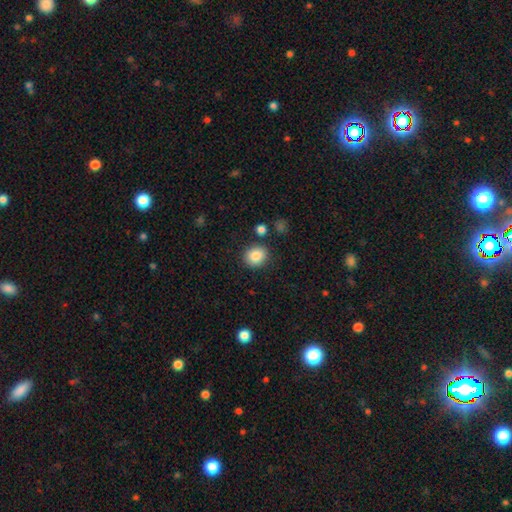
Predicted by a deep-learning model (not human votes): Smooth or featured?
  - smooth: 86% *
  - star or artifact: 9%
  - featured or disk: 5%
How rounded?
  - round: 68% *
  - in between: 31%
  - cigar-shaped: 1%
Merging?
  - none: 85% *
  - minor disturbance: 9%
  - merger: 4%
  - major disturbance: 3%